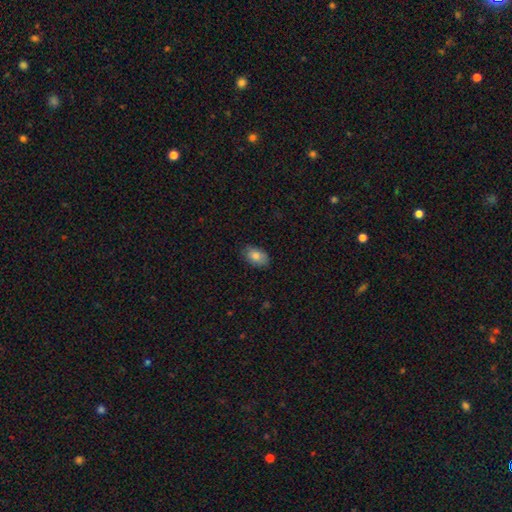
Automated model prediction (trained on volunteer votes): Q: Smooth or featured?
A: smooth (82%); runner-up: featured or disk (10%)
Q: How rounded?
A: in between (90%); runner-up: round (8%)
Q: Merging?
A: none (83%); runner-up: minor disturbance (14%)